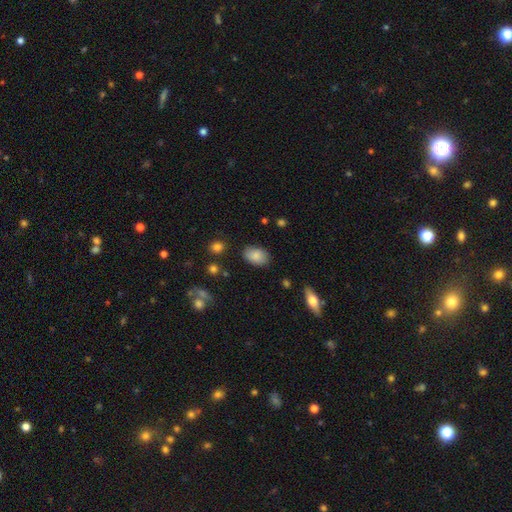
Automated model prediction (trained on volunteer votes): Smooth or featured?
  - smooth: 86% *
  - star or artifact: 7%
  - featured or disk: 7%
How rounded?
  - in between: 86% *
  - round: 13%
  - cigar-shaped: 1%
Merging?
  - none: 83% *
  - minor disturbance: 13%
  - major disturbance: 3%
  - merger: 2%